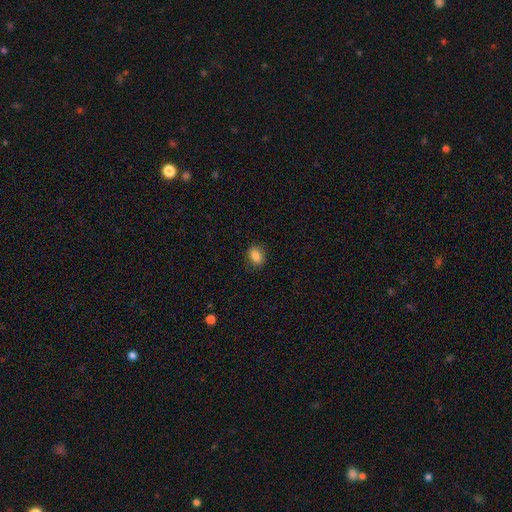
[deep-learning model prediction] Smooth or featured? Predicted: smooth (p=0.85). How rounded? Predicted: in between (p=0.64). Merging? Predicted: none (p=0.87).